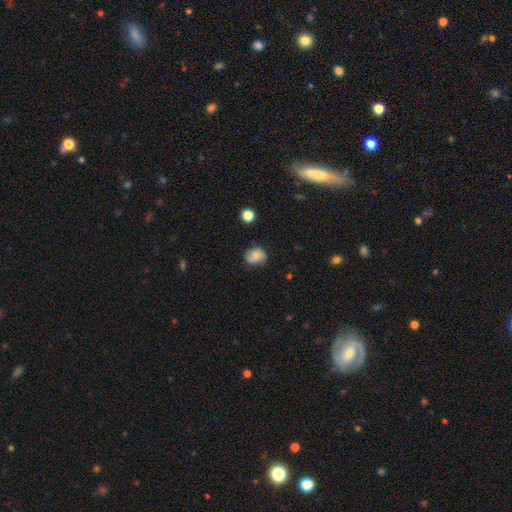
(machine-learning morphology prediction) smooth 71%, featured or disk 19%, star or artifact 10%. Down the decision tree: how rounded — round (50%); merging — none (72%).